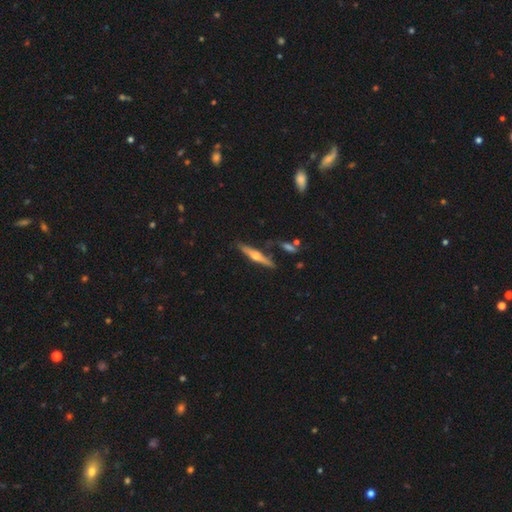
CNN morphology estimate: This appears to be a featured or disk galaxy (66%) viewed edge-on (97%) with a rounded central bulge (91%). Merging: none (82%).